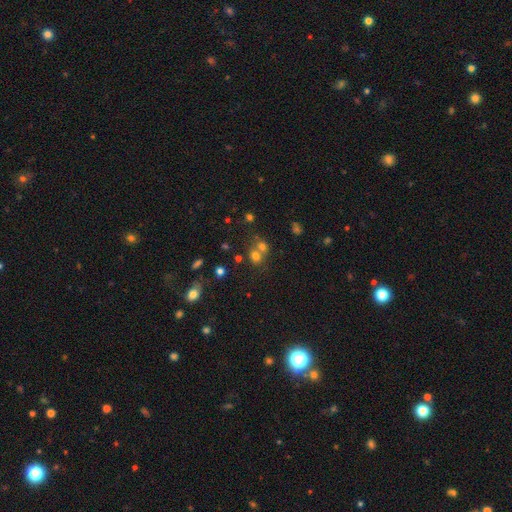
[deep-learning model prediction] A smooth galaxy with no disk features (67%) that is round (74%). Merging: merger (50%).